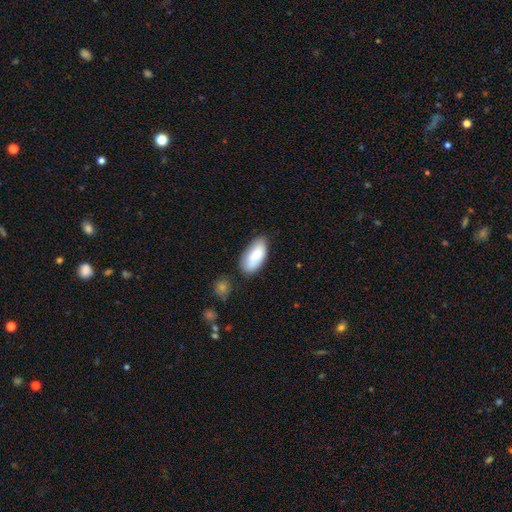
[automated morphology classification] smooth_or_featured: smooth (p=0.83) [alt: featured or disk p=0.11]
how_rounded: in between (p=0.91) [alt: cigar-shaped p=0.07]
merging: none (p=0.76) [alt: minor disturbance p=0.16]